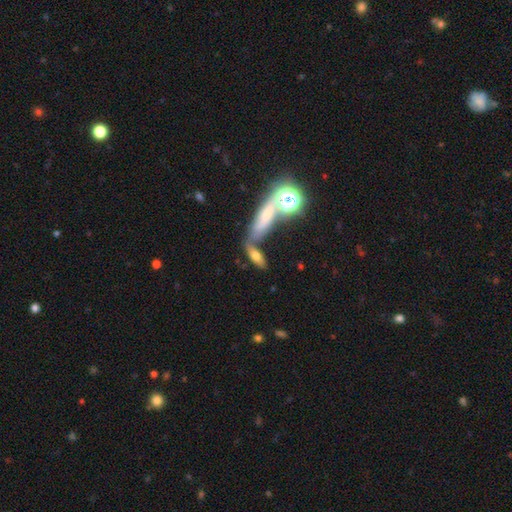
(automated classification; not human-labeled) Q: Smooth or featured?
A: smooth (60%); runner-up: featured or disk (28%)
Q: How rounded?
A: in between (57%); runner-up: cigar-shaped (37%)
Q: Merging?
A: none (44%); runner-up: merger (36%)